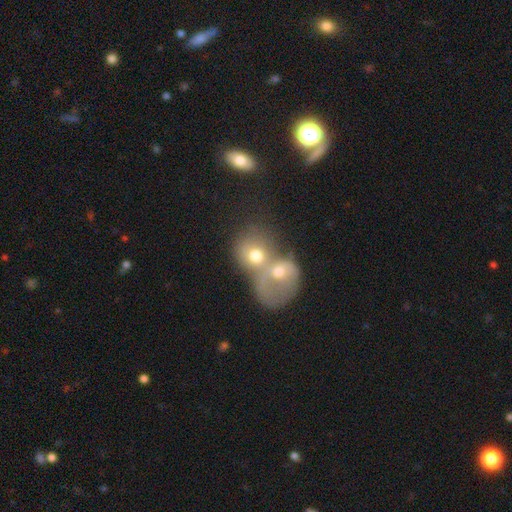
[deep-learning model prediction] Overall: smooth (61%; featured or disk 28%). How rounded: round (64%; in between 34%). Merging: merger (74%).